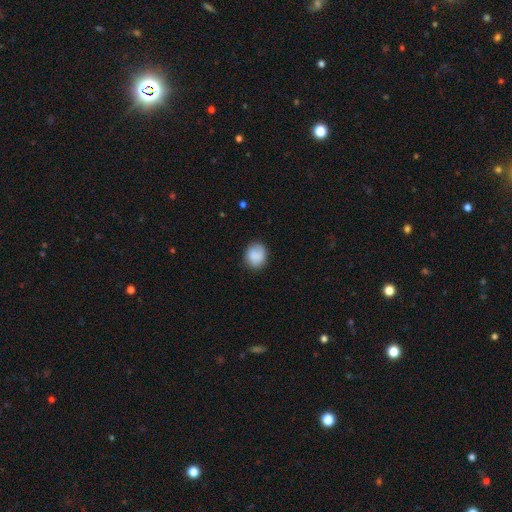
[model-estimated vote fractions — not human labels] A smooth galaxy with no disk features (85%) that is round (67%).

Vote fractions:
- Smooth or featured? smooth: 85% / star or artifact: 7% / featured or disk: 7%
- How rounded? round: 67% / in between: 32% / cigar-shaped: 1%
- Merging? none: 79% / minor disturbance: 16% / major disturbance: 4% / merger: 1%